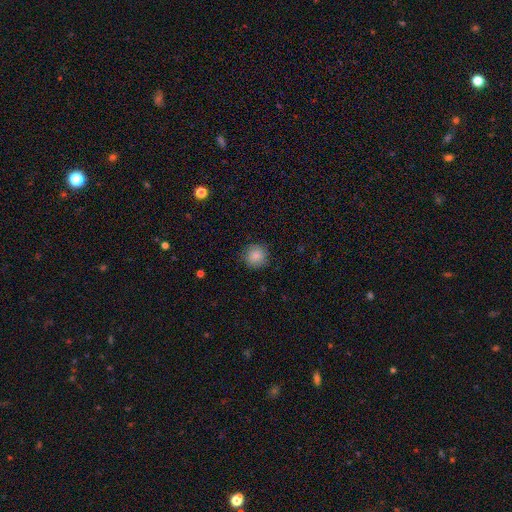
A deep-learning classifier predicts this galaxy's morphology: Smooth or featured? smooth (87%)
How rounded? round (93%)
Merging? none (86%)